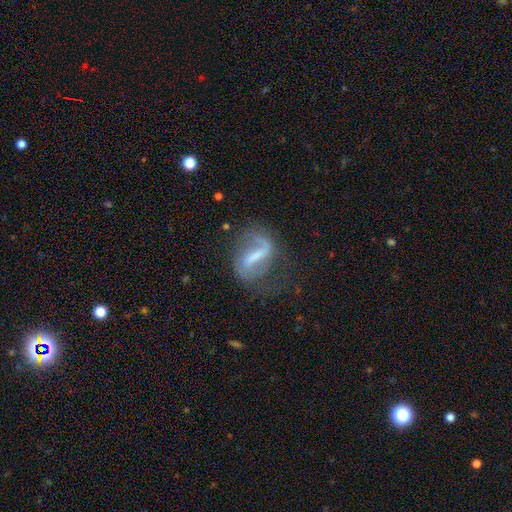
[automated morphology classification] A featured or disk galaxy (82%) with a strong bar (61%), 2 (82%) loose (51%) spiral arms (89%) and a small central bulge (37%). Merging: none (60%).